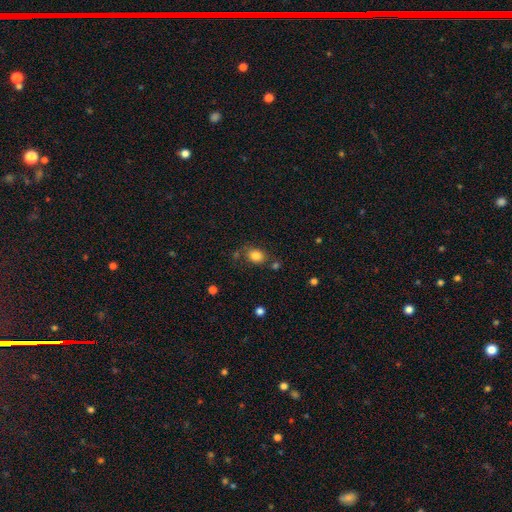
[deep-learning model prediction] A smooth galaxy with no disk features (83%) that is in between round and cigar-shaped (56%).

Vote fractions:
- Smooth or featured? smooth: 83% / star or artifact: 11% / featured or disk: 6%
- How rounded? in between: 56% / round: 43% / cigar-shaped: 1%
- Merging? none: 69% / minor disturbance: 16% / merger: 9% / major disturbance: 6%